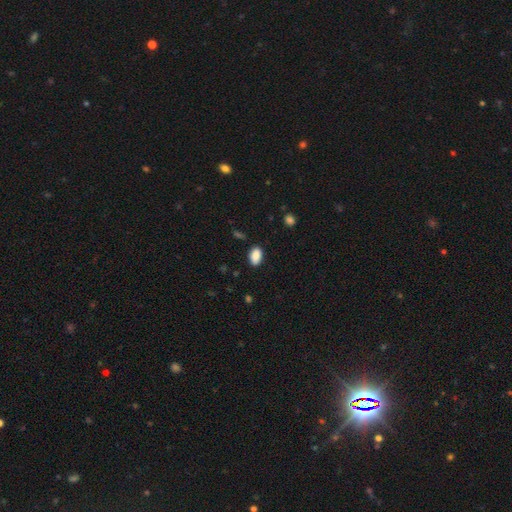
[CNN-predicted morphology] smooth 89%, star or artifact 7%, featured or disk 3%. Down the decision tree: how rounded — in between (91%); merging — none (85%).